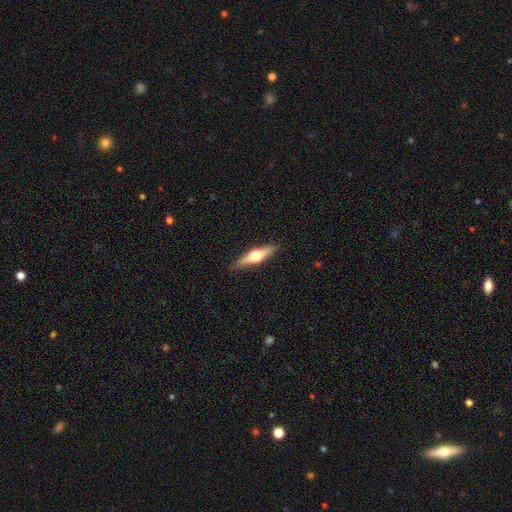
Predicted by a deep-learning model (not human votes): The model was most divided on "smooth or featured": featured or disk: 60%, smooth: 34%, star or artifact: 6%. More confident: edge-on disk — yes (96%); edge-on bulge — rounded (95%); merging — none (88%).